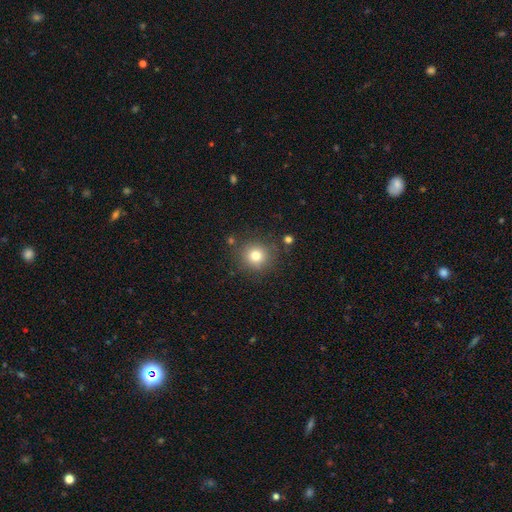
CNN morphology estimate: A smooth galaxy with no disk features (79%) that is round (91%).

Vote fractions:
- Smooth or featured? smooth: 79% / star or artifact: 13% / featured or disk: 8%
- How rounded? round: 91% / in between: 8% / cigar-shaped: 1%
- Merging? none: 84% / minor disturbance: 9% / merger: 3% / major disturbance: 3%